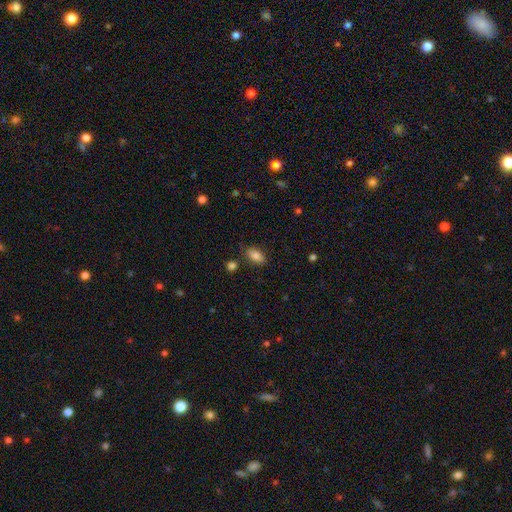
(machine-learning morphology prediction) Smooth or featured?
  - smooth: 84% *
  - star or artifact: 8%
  - featured or disk: 8%
How rounded?
  - in between: 90% *
  - round: 5%
  - cigar-shaped: 5%
Merging?
  - none: 82% *
  - minor disturbance: 12%
  - merger: 3%
  - major disturbance: 3%